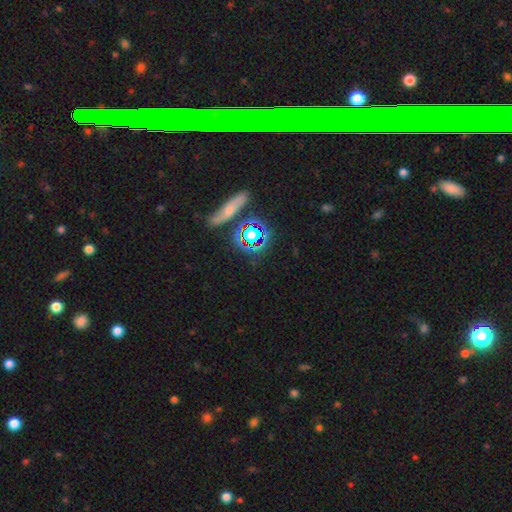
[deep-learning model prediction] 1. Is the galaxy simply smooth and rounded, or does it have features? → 53% star or artifact, 27% featured or disk, 21% smooth.